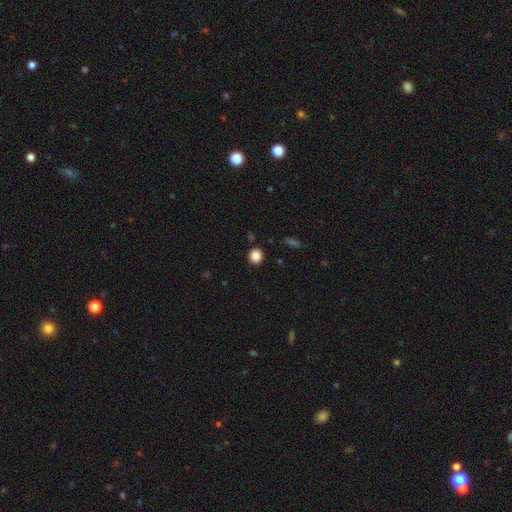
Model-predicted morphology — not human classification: The model was most divided on "smooth or featured": smooth: 87%, star or artifact: 10%, featured or disk: 3%. More confident: merging — none (90%); how rounded — round (89%).